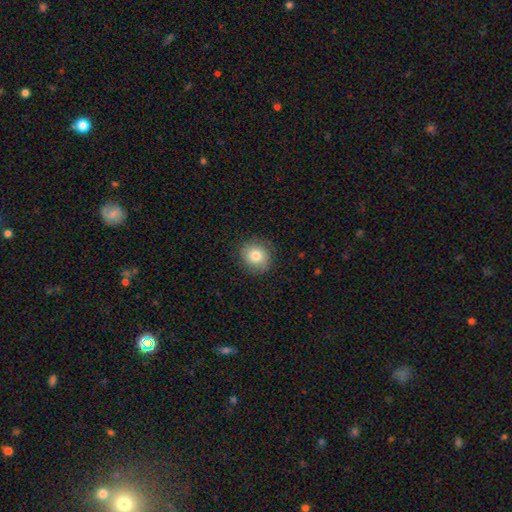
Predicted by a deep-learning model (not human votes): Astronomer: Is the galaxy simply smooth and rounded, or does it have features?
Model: smooth — 80%.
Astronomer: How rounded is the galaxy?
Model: round — 79%.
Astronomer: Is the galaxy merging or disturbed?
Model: none — 85%.